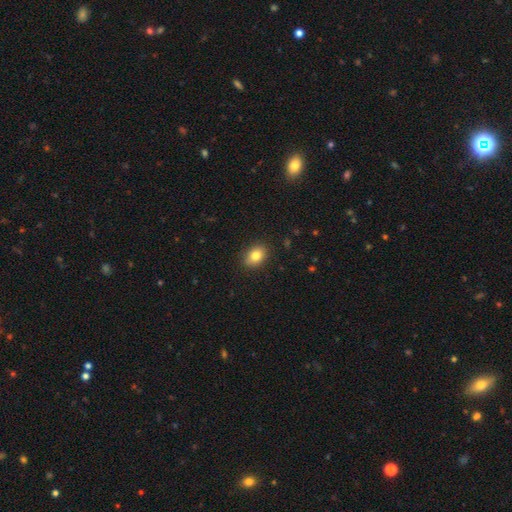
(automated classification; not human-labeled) smooth-or-featured: smooth: 82% | featured or disk: 9% | star or artifact: 9%
  how-rounded: in between: 74% | round: 25% | cigar-shaped: 1%
  merging: none: 88% | minor disturbance: 9% | major disturbance: 2% | merger: 1%